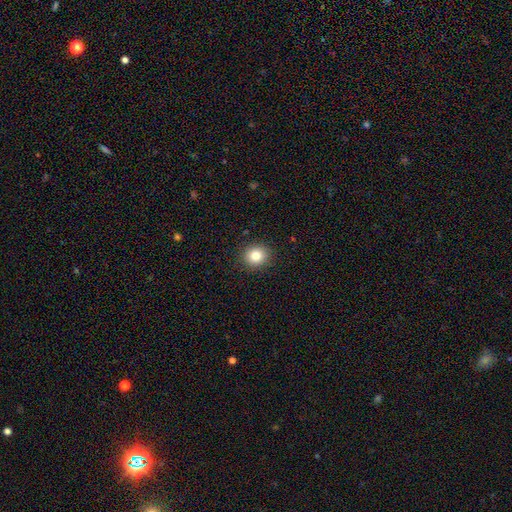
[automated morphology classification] type=smooth (82%); roundness=round (84%); merging=none (91%).